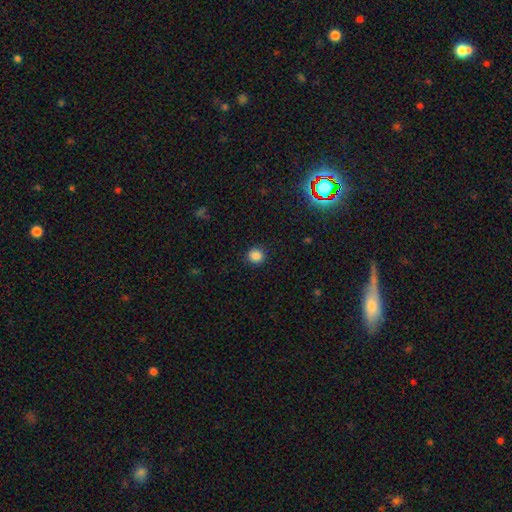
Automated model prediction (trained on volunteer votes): Q: Smooth or featured?
A: smooth (86%); runner-up: star or artifact (11%)
Q: How rounded?
A: round (89%); runner-up: in between (10%)
Q: Merging?
A: none (90%); runner-up: minor disturbance (7%)